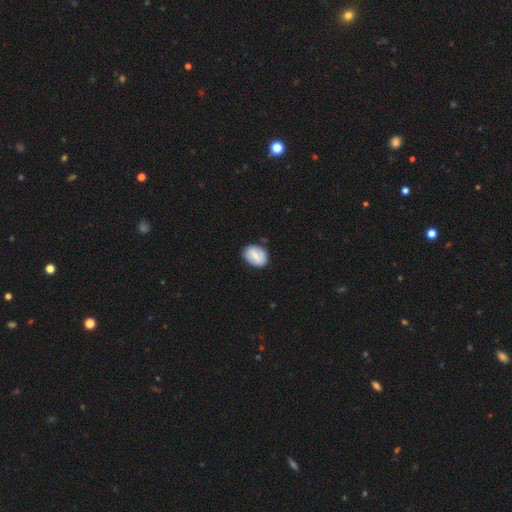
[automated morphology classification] This is possibly a smooth galaxy (53%). How rounded: likely in between (68%). Merging: likely none (79%).